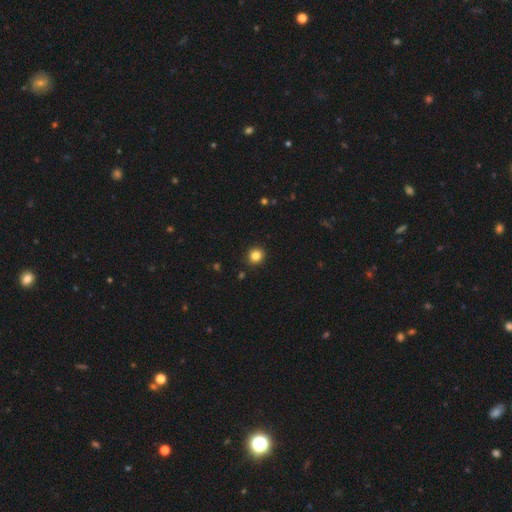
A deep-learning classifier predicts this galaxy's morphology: smooth 83%, star or artifact 12%, featured or disk 5%. Down the decision tree: how rounded — round (88%); merging — none (91%).